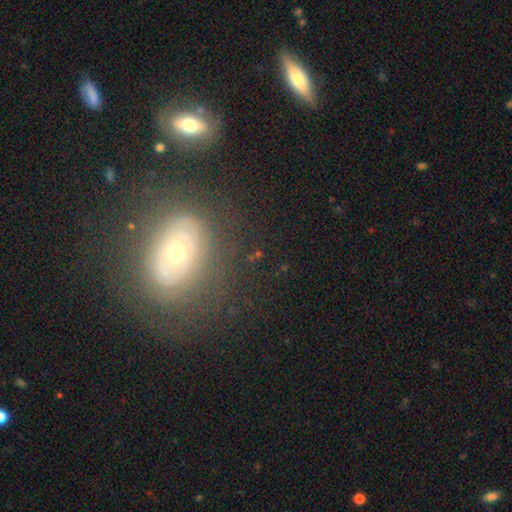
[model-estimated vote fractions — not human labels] Morphology: type=smooth (41%, tied with featured or disk); merging=none (74%).